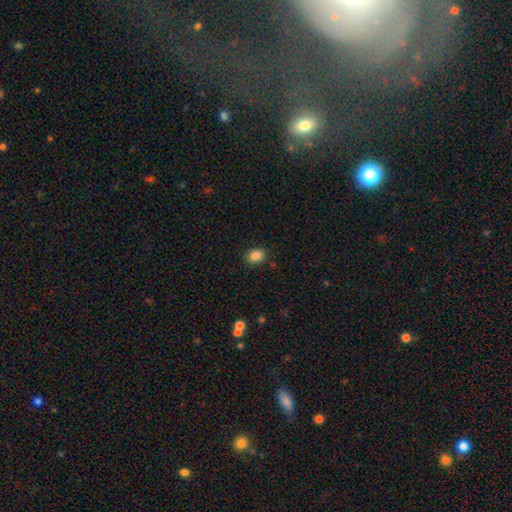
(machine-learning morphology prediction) Smooth or featured: smooth — 87% (star or artifact — 10%)
How rounded: in between — 65% (round — 35%)
Merging: none — 87% (minor disturbance — 9%)